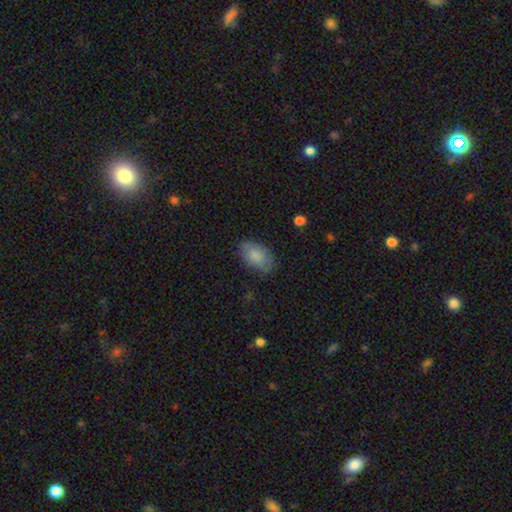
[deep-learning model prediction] Overall: smooth (81%). How rounded: in between (92%). Merging: none (77%).